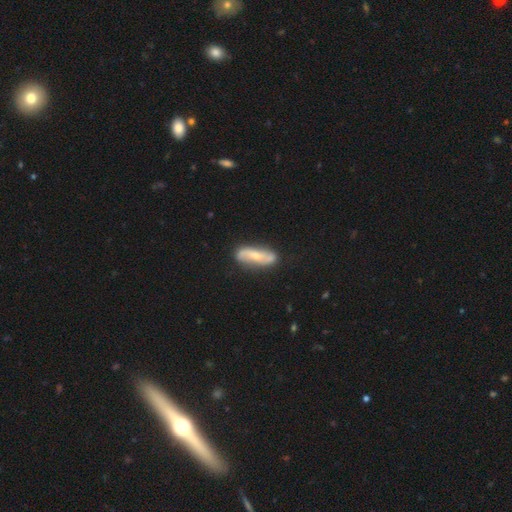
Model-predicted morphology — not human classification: A featured or disk galaxy (64%) with no bar (46%), spiral arms (85%) and a small central bulge (48%).

Vote fractions:
- Smooth or featured? featured or disk: 64% / smooth: 31% / star or artifact: 6%
- Edge-on disk? no: 83% / yes: 17%
- Bar? no: 46% / weak: 31% / strong: 24%
- Spiral arms? yes: 85% / no: 15%
- Bulge size? small: 48% / moderate: 45% / none: 3% / large: 3% / dominant: 1%
- Merging? none: 77% / minor disturbance: 16% / major disturbance: 4% / merger: 3%